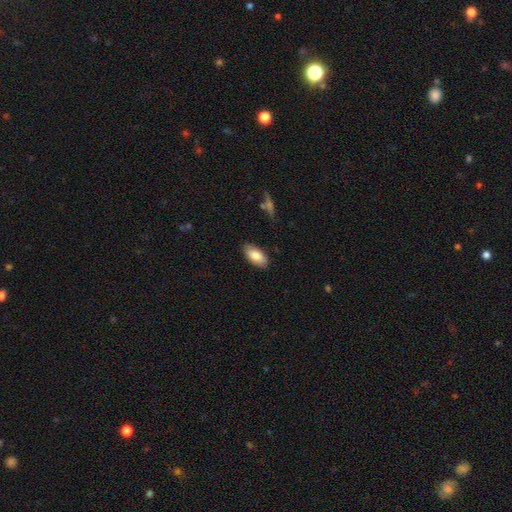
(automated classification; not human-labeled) This is clearly a smooth galaxy (85%). How rounded: clearly in between (92%). Merging: clearly none (85%).